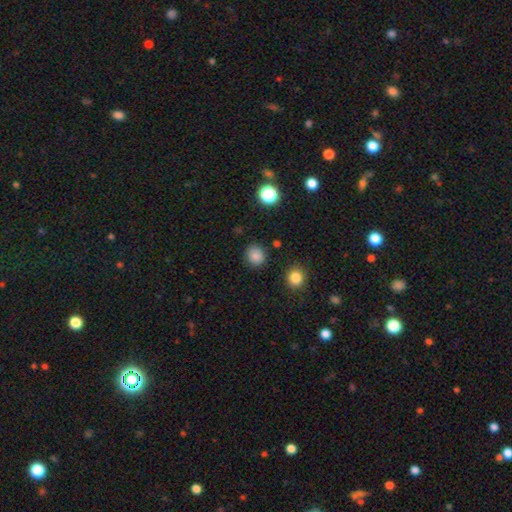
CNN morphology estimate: Smooth or featured? smooth (84%)
How rounded? round (87%)
Merging? none (87%)